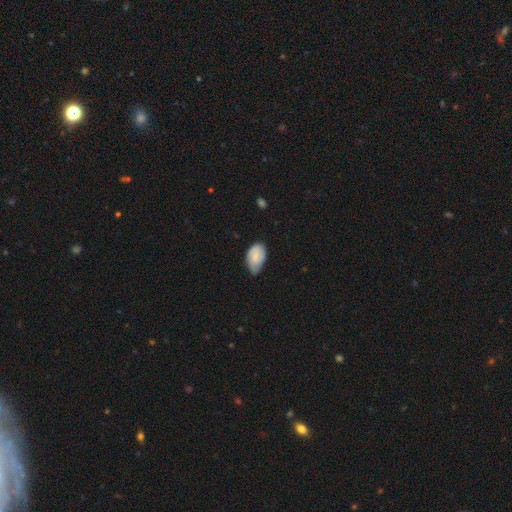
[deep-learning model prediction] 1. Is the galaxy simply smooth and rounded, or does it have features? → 72% smooth, 21% featured or disk, 7% star or artifact.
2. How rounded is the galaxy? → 91% in between, 7% round, 2% cigar-shaped.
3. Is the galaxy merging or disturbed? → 50% minor disturbance, 37% none, 10% major disturbance, 2% merger.